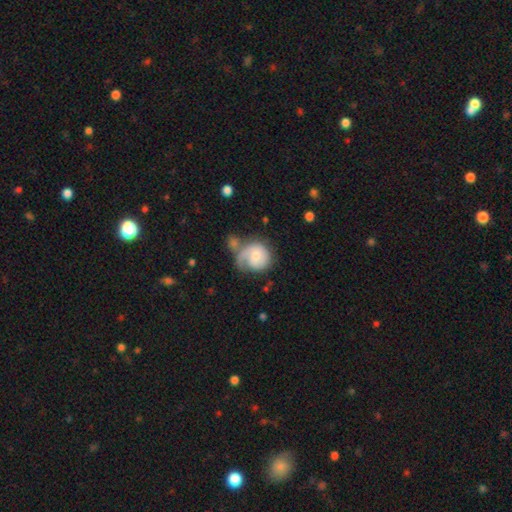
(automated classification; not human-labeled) featured or disk 55%, smooth 39%, star or artifact 6%. Down the decision tree: edge-on disk — no (98%); bar — no (68%); spiral arms — yes (83%); bulge size — small (44%, tied with moderate); merging — none (40%).